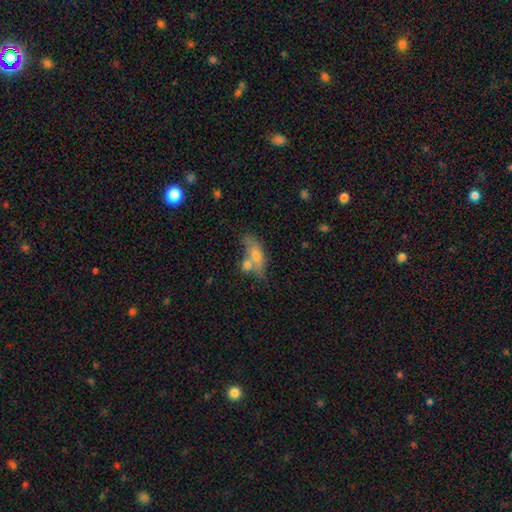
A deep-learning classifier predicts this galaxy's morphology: This appears to be a smooth galaxy with no disk features (55%) that is in between round and cigar-shaped (63%). Merging: none (41%).